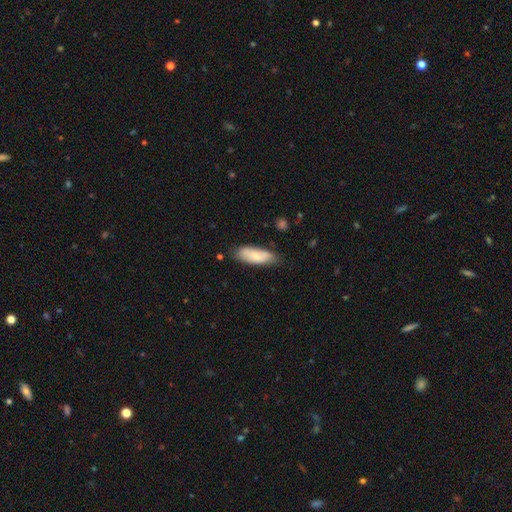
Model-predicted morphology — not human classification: The model was most divided on "how rounded": in between: 71%, cigar-shaped: 27%, round: 2%. More confident: merging — none (73%); smooth or featured — smooth (70%).